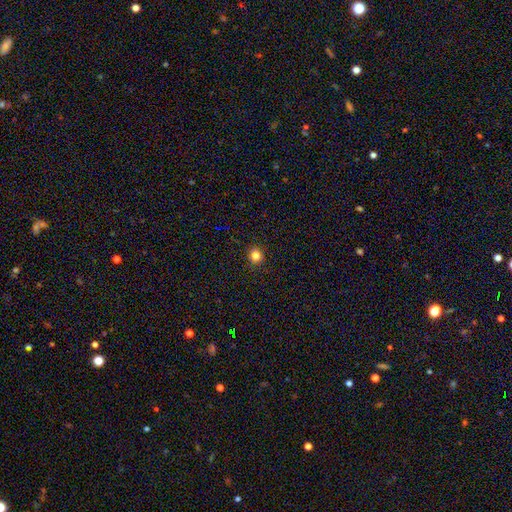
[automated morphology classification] This appears to be a smooth galaxy with no disk features (81%) that is round (87%). Merging: none (92%).